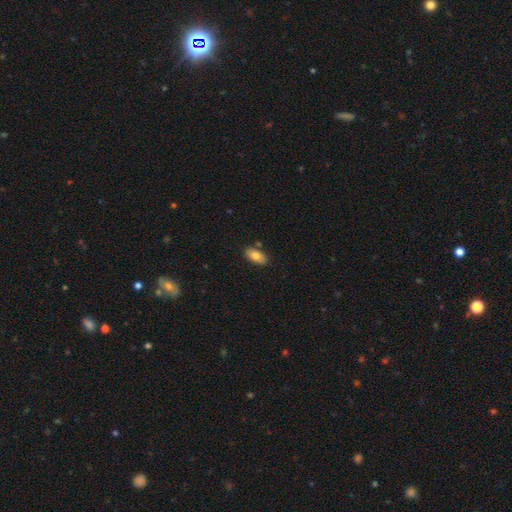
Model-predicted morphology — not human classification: smooth_or_featured: smooth (p=0.80) [alt: featured or disk p=0.13]
how_rounded: in between (p=0.91) [alt: cigar-shaped p=0.06]
merging: none (p=0.83) [alt: minor disturbance p=0.10]